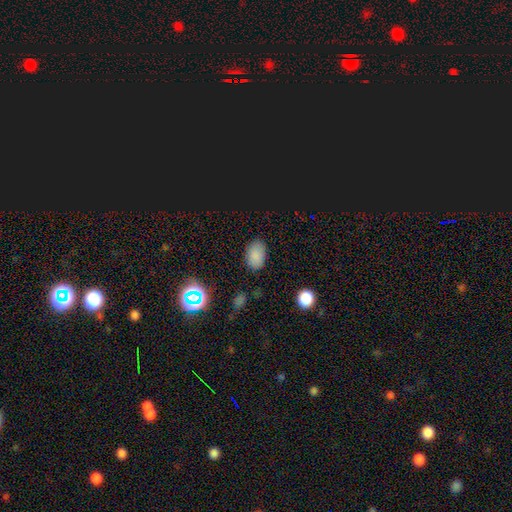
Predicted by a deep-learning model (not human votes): Smooth or featured: smooth — 83% (star or artifact — 13%)
How rounded: in between — 89% (round — 9%)
Merging: none — 84% (minor disturbance — 12%)